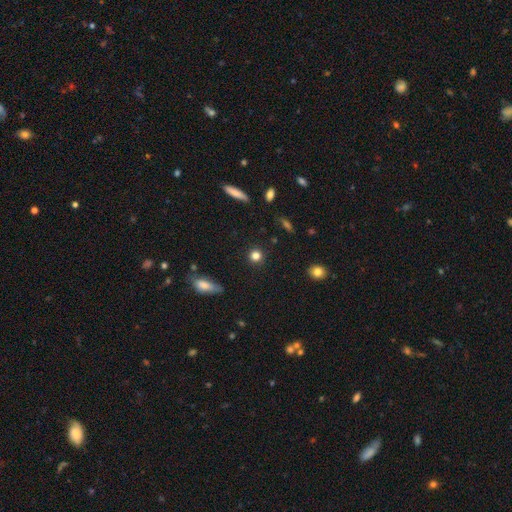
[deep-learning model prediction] This is clearly a smooth galaxy (82%). How rounded: clearly round (91%). Merging: clearly none (89%).